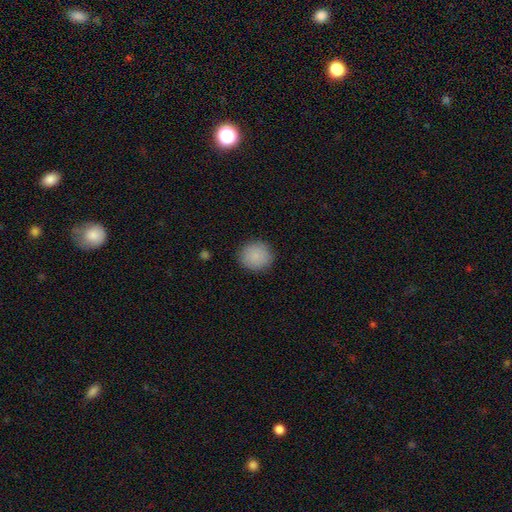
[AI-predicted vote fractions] smooth_or_featured: smooth (p=0.89) [alt: star or artifact p=0.07]
how_rounded: round (p=0.88) [alt: in between p=0.11]
merging: none (p=0.89) [alt: minor disturbance p=0.08]